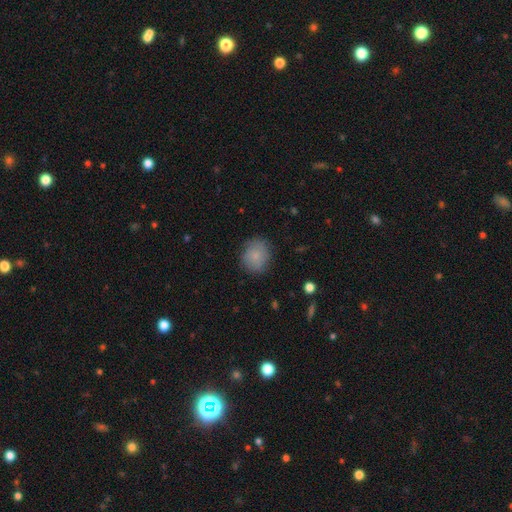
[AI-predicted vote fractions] This appears to be a smooth galaxy with no disk features (76%) that is round (80%). Merging: none (80%).